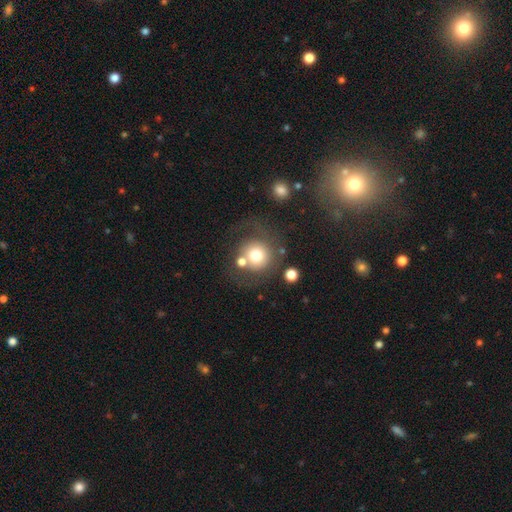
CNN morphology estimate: smooth 67%, featured or disk 23%, star or artifact 10%. Down the decision tree: how rounded — round (91%); merging — none (55%).